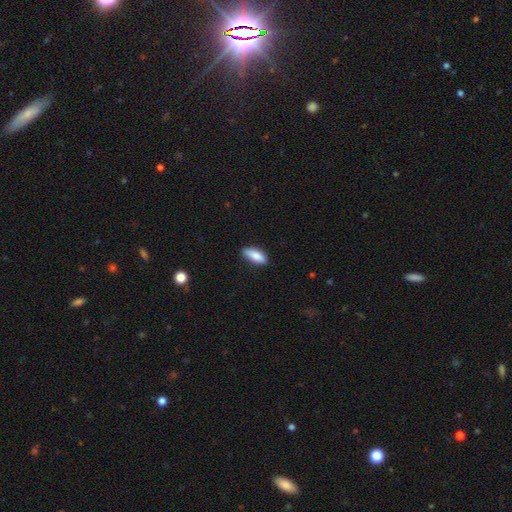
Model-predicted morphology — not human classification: The model was most divided on "how rounded": in between: 75%, cigar-shaped: 22%, round: 2%. More confident: merging — none (85%); smooth or featured — smooth (84%).